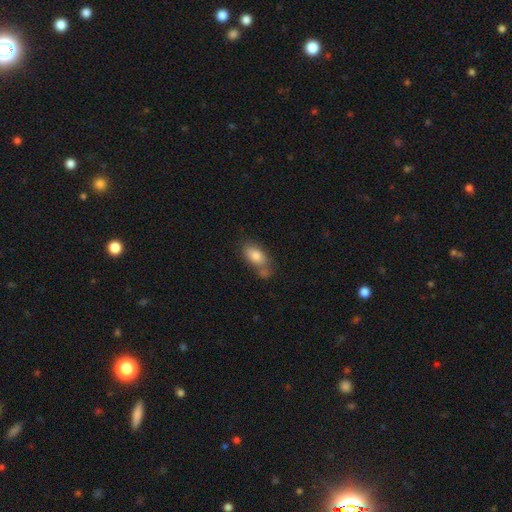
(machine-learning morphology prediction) Smooth or featured: smooth — 80% (featured or disk — 13%)
How rounded: in between — 88% (cigar-shaped — 6%)
Merging: none — 49% (merger — 23%)